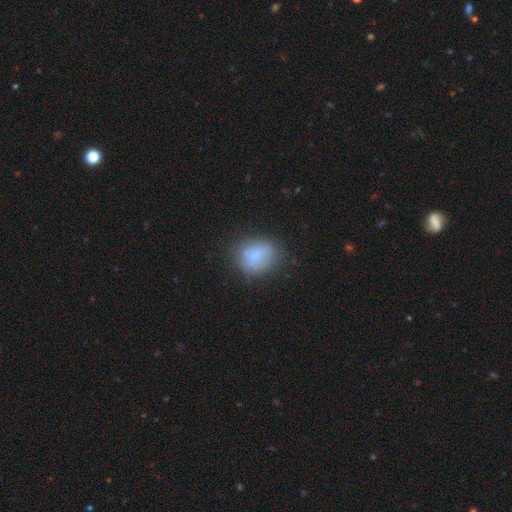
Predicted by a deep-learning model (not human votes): This appears to be a smooth galaxy with no disk features (77%) that is round (57%). Merging: none (67%).